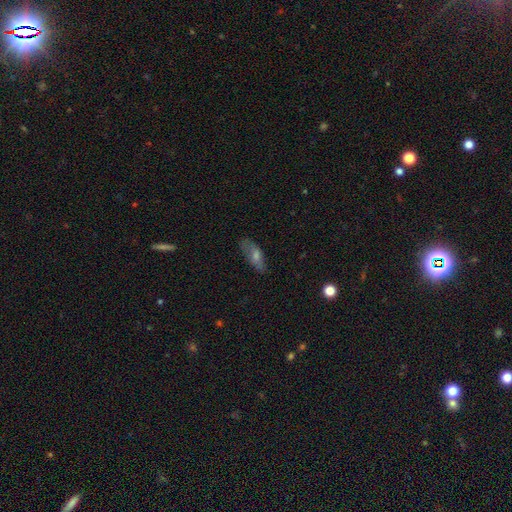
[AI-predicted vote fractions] The model was most divided on "smooth or featured": smooth: 48%, featured or disk: 40%, star or artifact: 12%. More confident: merging — none (75%).